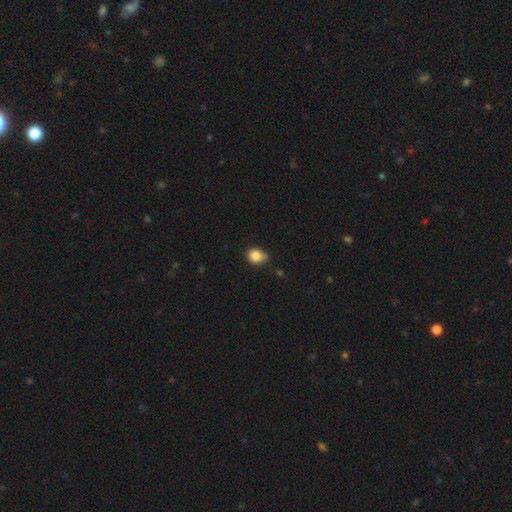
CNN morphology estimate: This appears to be a smooth galaxy with no disk features (86%) that is round (63%). Merging: none (58%).